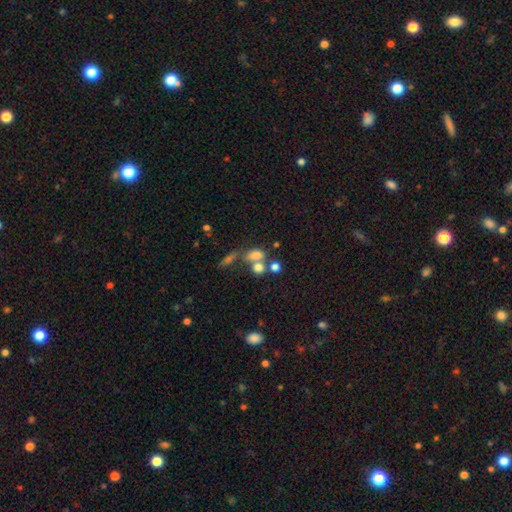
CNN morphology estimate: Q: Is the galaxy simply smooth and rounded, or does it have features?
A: smooth — 70%.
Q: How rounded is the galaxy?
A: in between — 64%.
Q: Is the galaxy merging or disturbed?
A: merger — 46%.